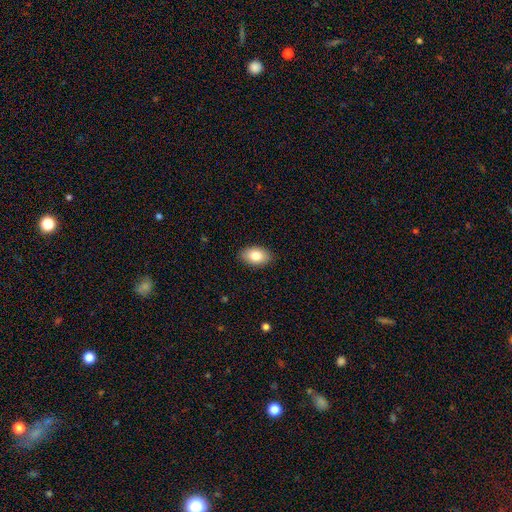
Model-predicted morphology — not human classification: Smooth or featured?
  - smooth: 82% *
  - featured or disk: 10%
  - star or artifact: 7%
How rounded?
  - in between: 90% *
  - round: 9%
  - cigar-shaped: 1%
Merging?
  - none: 89% *
  - minor disturbance: 8%
  - major disturbance: 2%
  - merger: 1%